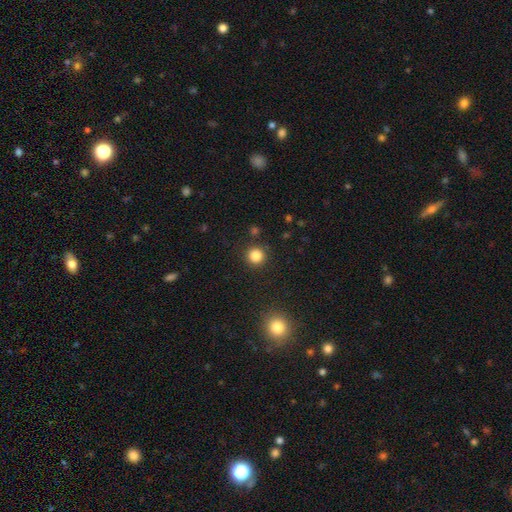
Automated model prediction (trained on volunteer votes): This is clearly a smooth galaxy (84%). How rounded: clearly round (94%). Merging: clearly none (90%).